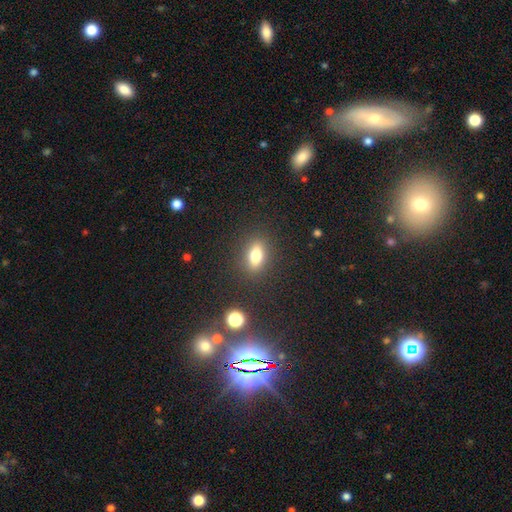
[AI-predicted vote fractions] This appears to be a smooth galaxy with no disk features (74%) that is in between round and cigar-shaped (75%). Merging: none (87%).